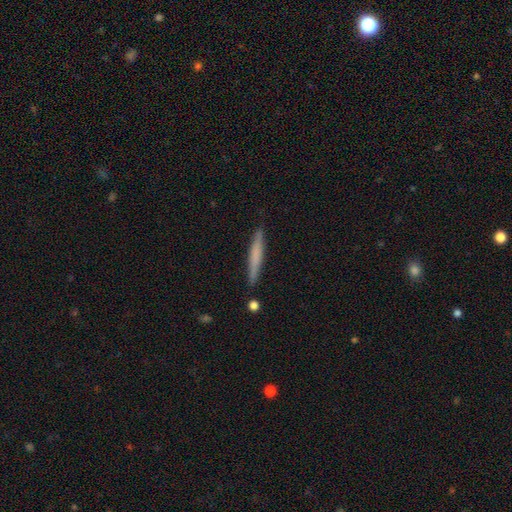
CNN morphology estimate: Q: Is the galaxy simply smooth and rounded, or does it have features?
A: smooth — 61%.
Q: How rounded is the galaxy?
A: cigar-shaped — 95%.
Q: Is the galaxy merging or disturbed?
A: none — 87%.